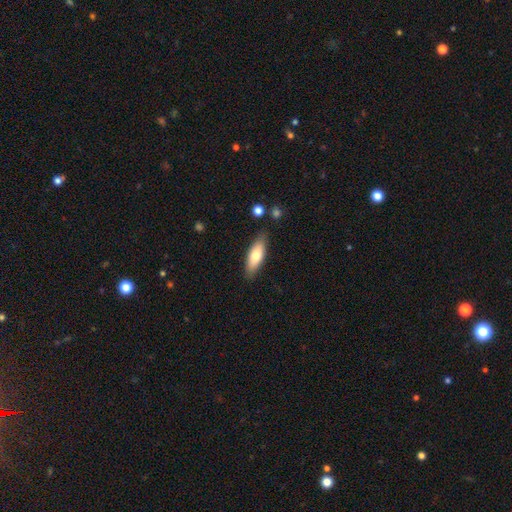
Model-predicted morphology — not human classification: This is likely a smooth galaxy (71%). How rounded: likely in between (64%). Merging: clearly none (84%).